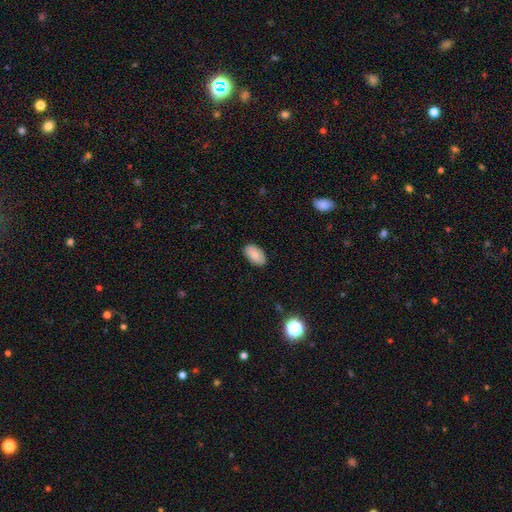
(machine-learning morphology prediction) Smooth or featured? Predicted: smooth (p=0.81). How rounded? Predicted: in between (p=0.94). Merging? Predicted: none (p=0.82).